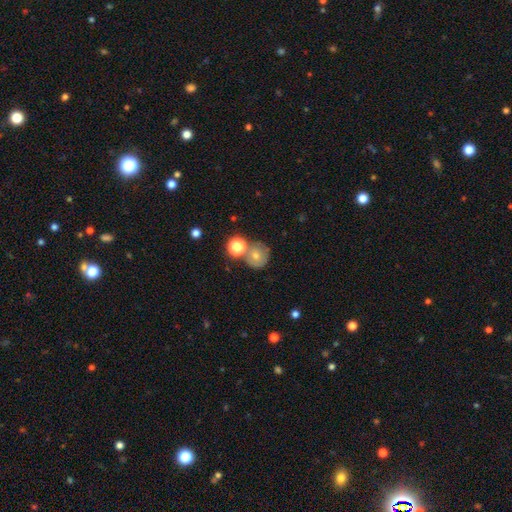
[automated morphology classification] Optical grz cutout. It shows a smooth galaxy with no disk features (68%) that is round (86%). Merging: none (56%).